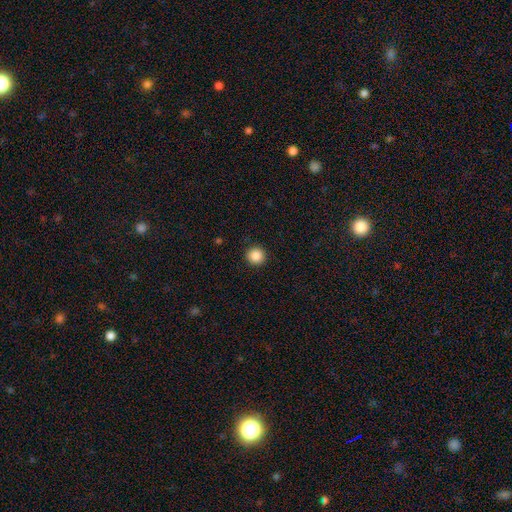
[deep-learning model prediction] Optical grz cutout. It shows a smooth galaxy with no disk features (88%) that is round (95%). Merging: none (92%).